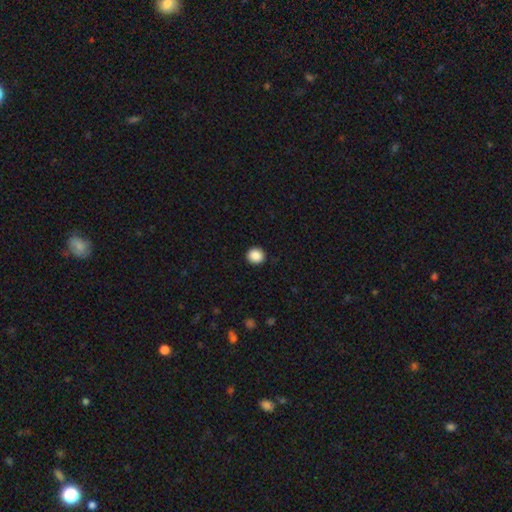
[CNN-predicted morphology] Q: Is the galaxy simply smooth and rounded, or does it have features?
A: smooth — 88%.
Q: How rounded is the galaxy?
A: round — 89%.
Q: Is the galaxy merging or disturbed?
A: none — 92%.